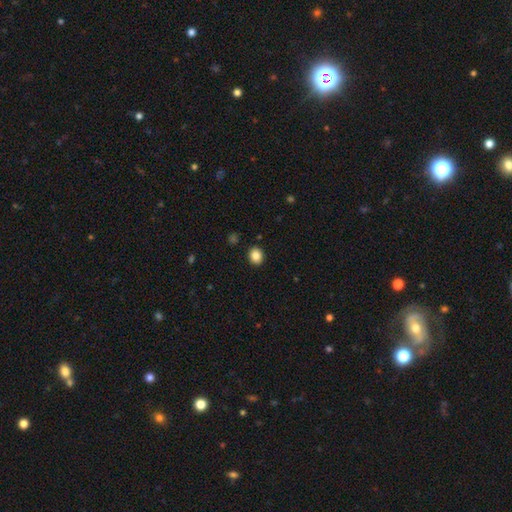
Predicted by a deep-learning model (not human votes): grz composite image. It shows a smooth galaxy with no disk features (86%) that is round (63%). Merging: none (91%).